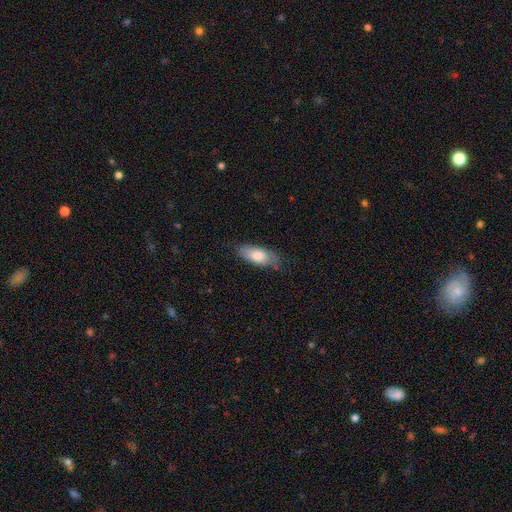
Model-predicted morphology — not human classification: smooth_or_featured: smooth (p=0.77) [alt: featured or disk p=0.17]
how_rounded: in between (p=0.78) [alt: cigar-shaped p=0.20]
merging: none (p=0.72) [alt: minor disturbance p=0.22]